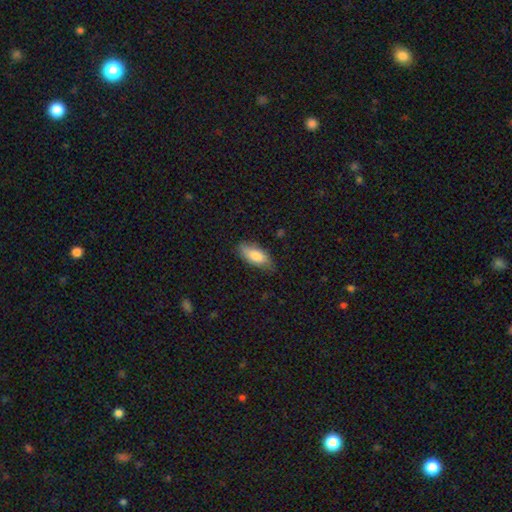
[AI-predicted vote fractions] Q: Smooth or featured?
A: smooth (81%); runner-up: featured or disk (13%)
Q: How rounded?
A: in between (86%); runner-up: cigar-shaped (12%)
Q: Merging?
A: none (72%); runner-up: minor disturbance (22%)